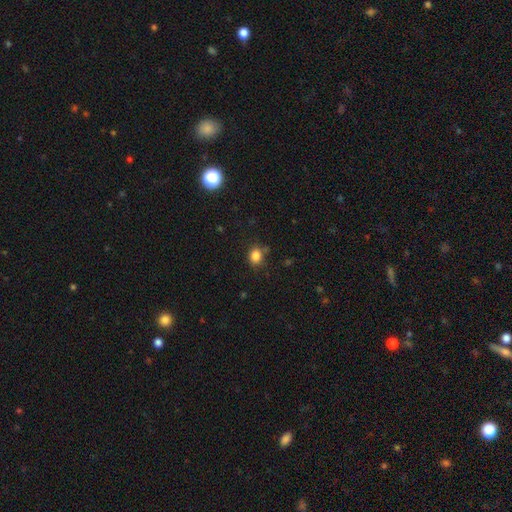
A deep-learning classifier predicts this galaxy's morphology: Q: Smooth or featured?
A: smooth (84%); runner-up: star or artifact (12%)
Q: How rounded?
A: round (68%); runner-up: in between (31%)
Q: Merging?
A: none (77%); runner-up: minor disturbance (15%)